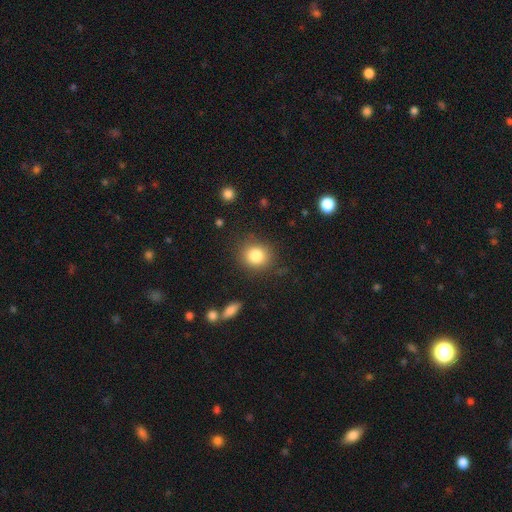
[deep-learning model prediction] A smooth galaxy with no disk features (83%) that is round (80%). Merging: none (84%).